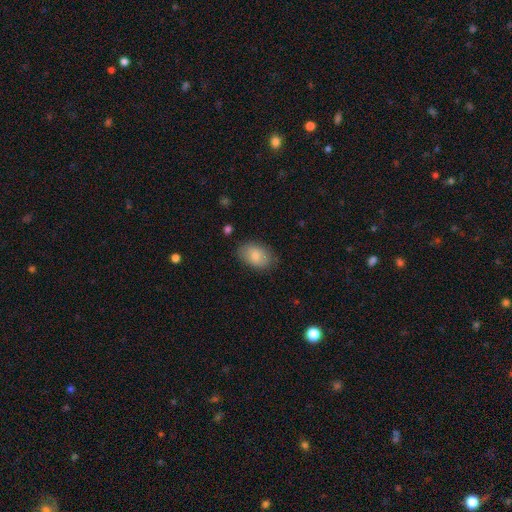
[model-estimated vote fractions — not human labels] Smooth or featured?
  - smooth: 78% *
  - featured or disk: 16%
  - star or artifact: 7%
How rounded?
  - in between: 86% *
  - round: 13%
  - cigar-shaped: 1%
Merging?
  - none: 80% *
  - minor disturbance: 15%
  - major disturbance: 3%
  - merger: 1%